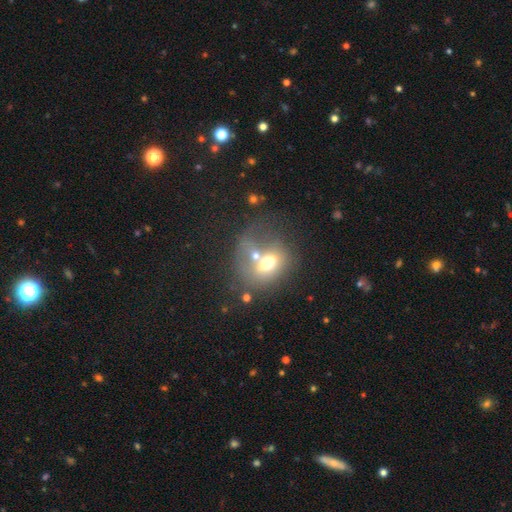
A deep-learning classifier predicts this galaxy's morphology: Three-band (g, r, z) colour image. It shows a smooth galaxy with no disk features (56%) that is in between round and cigar-shaped (67%). Merging: merger (50%).